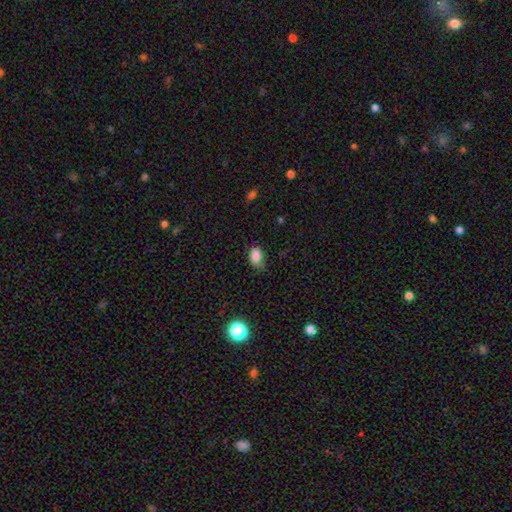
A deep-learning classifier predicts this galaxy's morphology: Smooth or featured? Predicted: smooth (p=0.85). How rounded? Predicted: in between (p=0.79). Merging? Predicted: none (p=0.59).